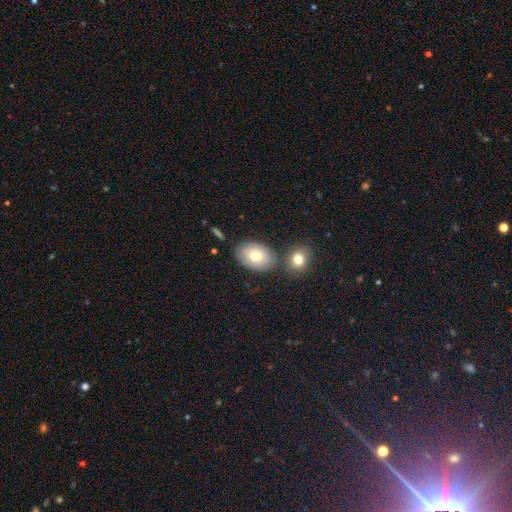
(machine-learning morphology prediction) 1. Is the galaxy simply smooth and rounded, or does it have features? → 76% smooth, 16% featured or disk, 8% star or artifact.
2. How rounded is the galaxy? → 82% in between, 17% round, 1% cigar-shaped.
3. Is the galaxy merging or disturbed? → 72% none, 12% minor disturbance, 12% merger, 3% major disturbance.